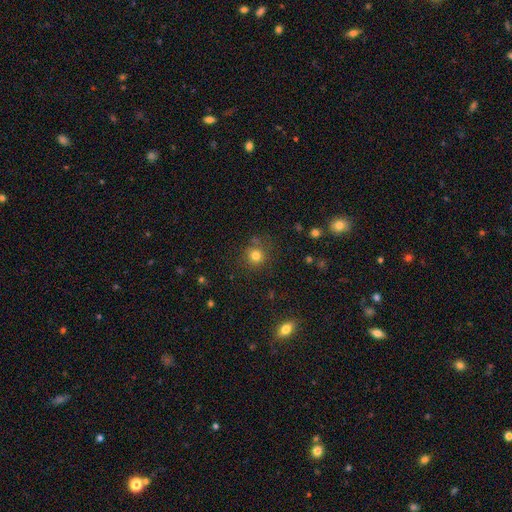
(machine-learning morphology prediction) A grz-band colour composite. It shows a smooth galaxy with no disk features (78%) that is round (91%). Merging: none (79%).